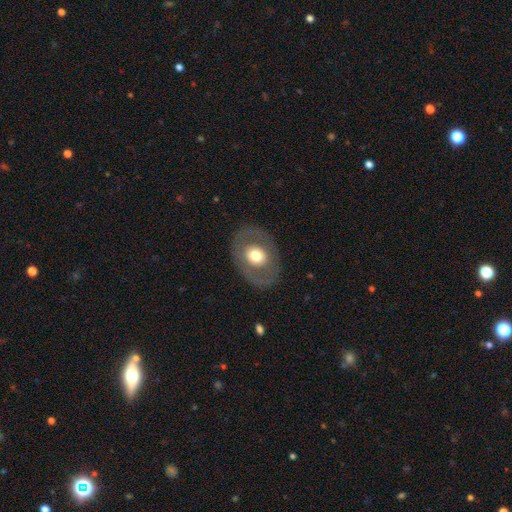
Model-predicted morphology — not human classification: The model was most divided on "how rounded": in between: 57%, round: 42%, cigar-shaped: 1%. More confident: merging — none (83%); smooth or featured — smooth (54%).